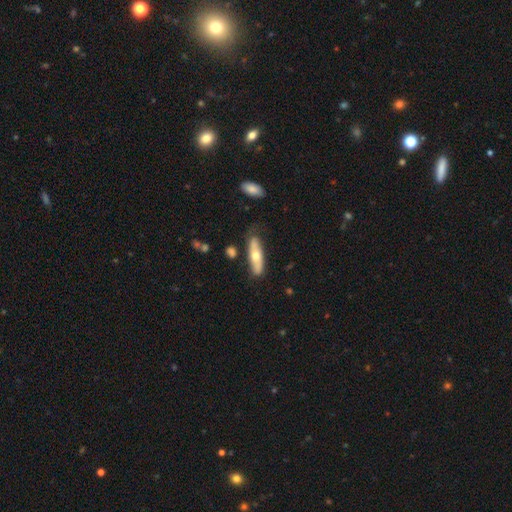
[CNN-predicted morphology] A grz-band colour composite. It shows a smooth galaxy with no disk features (54%) that is cigar-shaped (53%). Merging: none (73%).